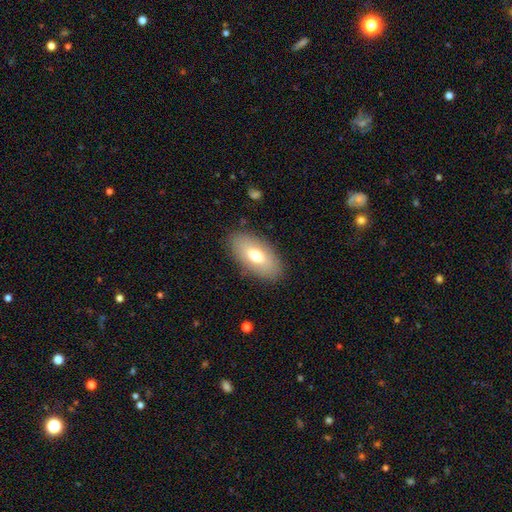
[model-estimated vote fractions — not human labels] A smooth galaxy with no disk features (68%) that is in between round and cigar-shaped (92%). Merging: none (85%).